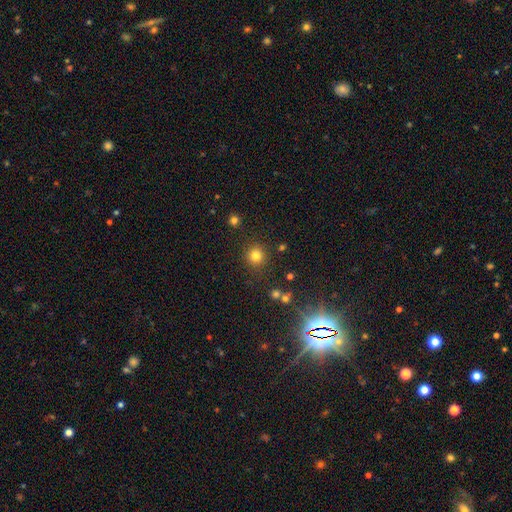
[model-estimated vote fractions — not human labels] A smooth galaxy with no disk features (80%) that is round (93%). Merging: none (88%).